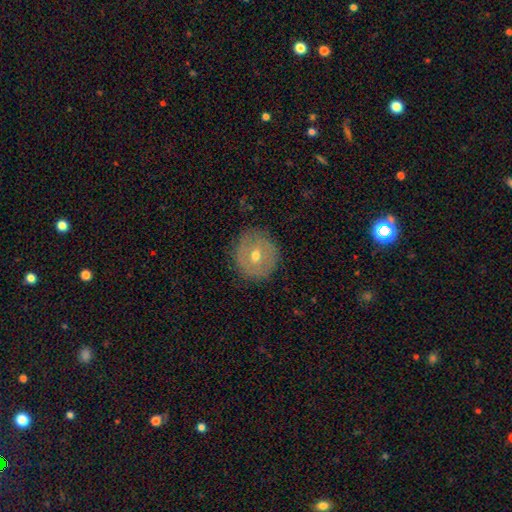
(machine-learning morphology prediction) Smooth or featured: featured or disk — 47% (smooth — 45%)
Merging: none — 85% (minor disturbance — 11%)